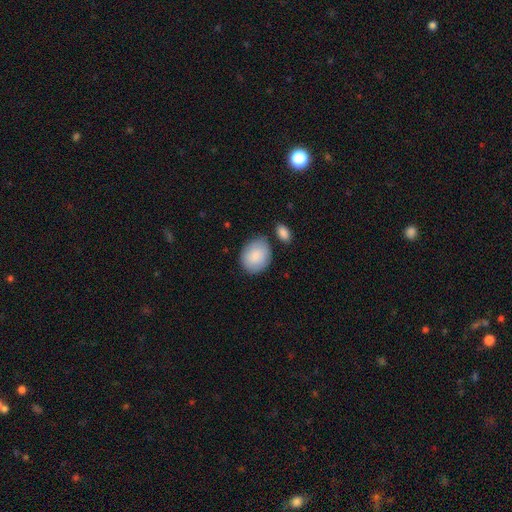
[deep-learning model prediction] Overall: smooth (88%). How rounded: in between (52%; round 47%). Merging: none (70%).